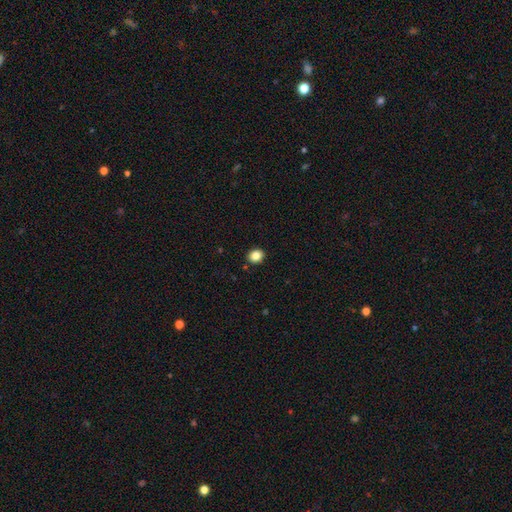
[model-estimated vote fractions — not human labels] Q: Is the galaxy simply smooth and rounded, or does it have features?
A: smooth — 86%.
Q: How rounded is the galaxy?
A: round — 64%.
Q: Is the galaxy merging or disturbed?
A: none — 91%.